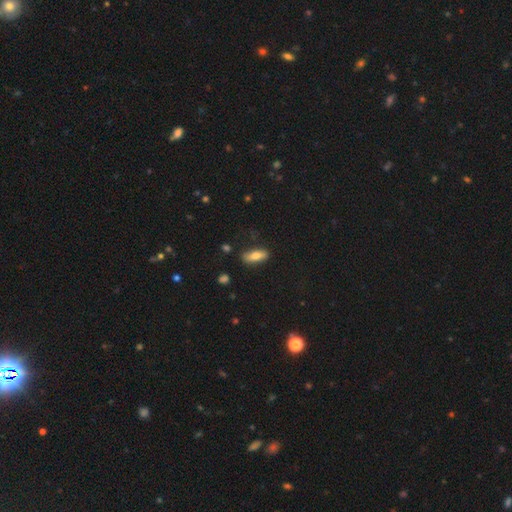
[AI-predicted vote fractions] Overall: smooth (75%). How rounded: in between (65%; cigar-shaped 32%). Merging: none (82%).